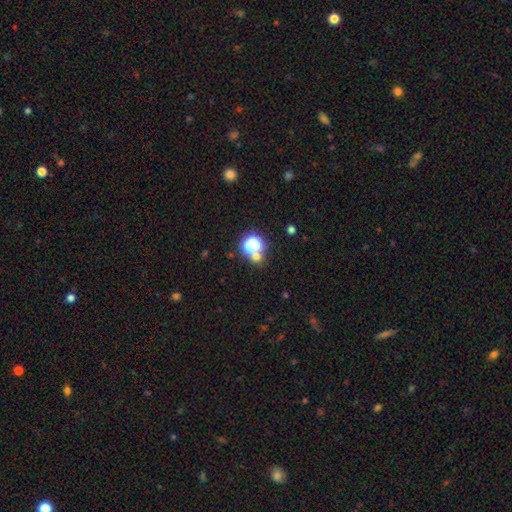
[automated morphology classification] Smooth or featured?
  - smooth: 50% *
  - star or artifact: 42%
  - featured or disk: 8%
How rounded?
  - round: 83% *
  - in between: 16%
  - cigar-shaped: 1%
Merging?
  - none: 62% *
  - merger: 24%
  - minor disturbance: 9%
  - major disturbance: 5%